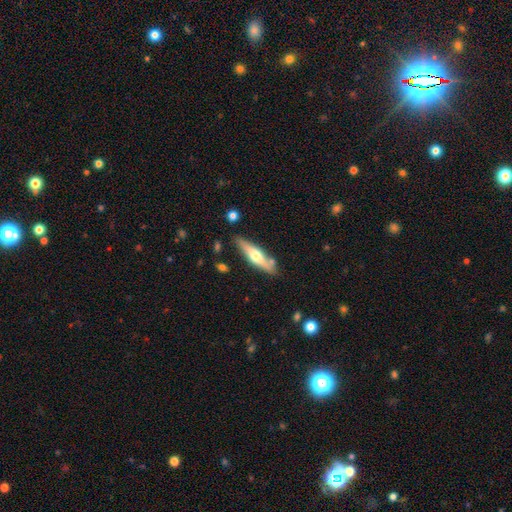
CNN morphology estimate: Overall: featured or disk (50%; smooth 45%). Merging: none (78%).